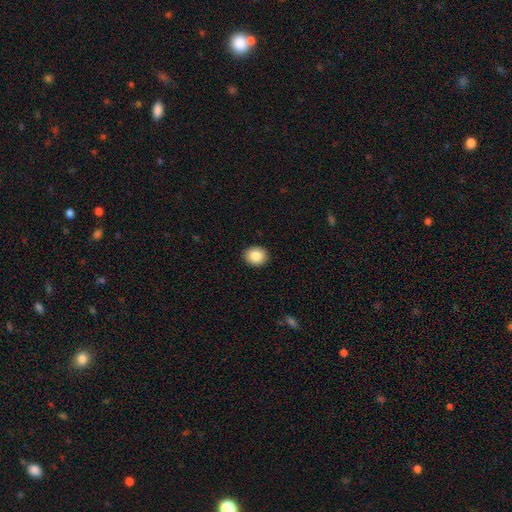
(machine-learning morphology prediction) The model was most divided on "how rounded": round: 73%, in between: 26%, cigar-shaped: 1%. More confident: merging — none (92%); smooth or featured — smooth (86%).